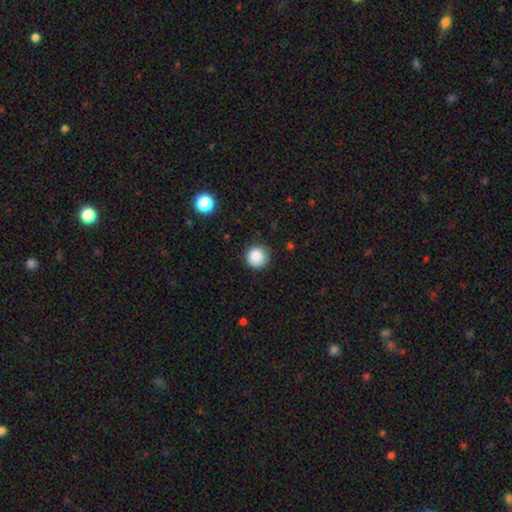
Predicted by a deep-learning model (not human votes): Q: Smooth or featured?
A: smooth (86%); runner-up: star or artifact (10%)
Q: How rounded?
A: round (95%); runner-up: in between (4%)
Q: Merging?
A: none (88%); runner-up: minor disturbance (9%)